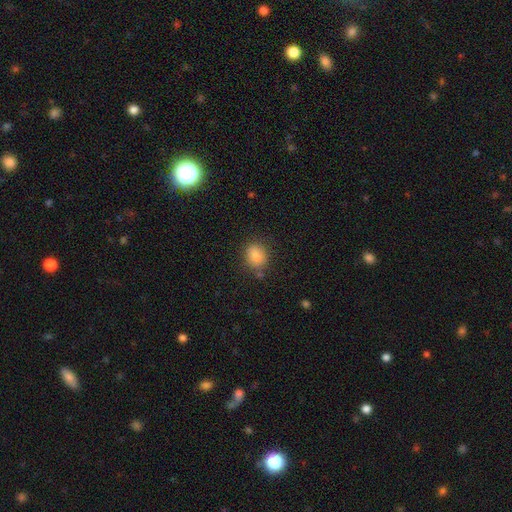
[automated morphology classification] smooth 82%, star or artifact 12%, featured or disk 6%. Down the decision tree: how rounded — round (50%); merging — none (81%).